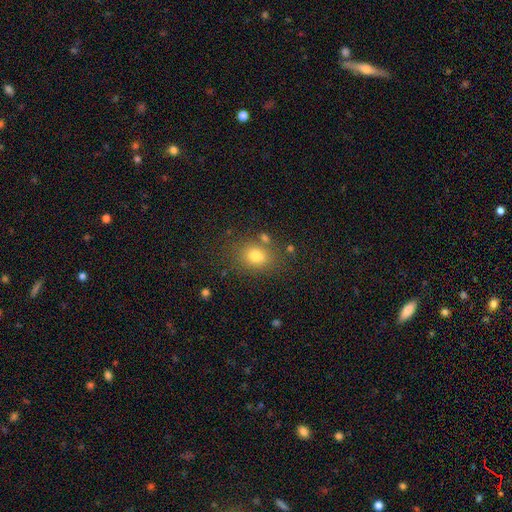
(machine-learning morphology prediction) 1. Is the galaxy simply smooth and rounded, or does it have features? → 76% smooth, 14% star or artifact, 10% featured or disk.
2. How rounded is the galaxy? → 52% round, 47% in between, 1% cigar-shaped.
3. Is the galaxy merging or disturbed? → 74% none, 13% minor disturbance, 8% merger, 5% major disturbance.